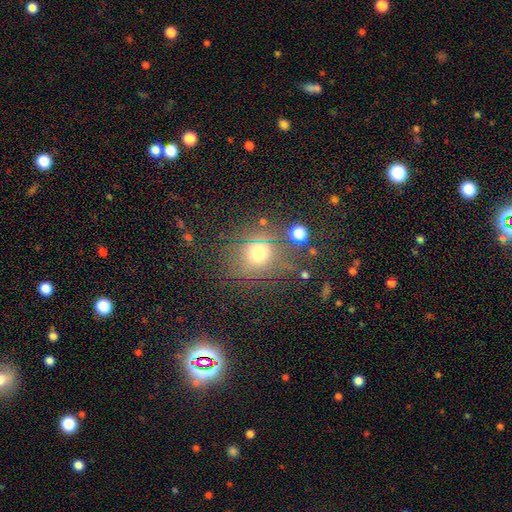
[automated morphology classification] A smooth galaxy with no disk features (60%) that is round (74%). Merging: none (70%).